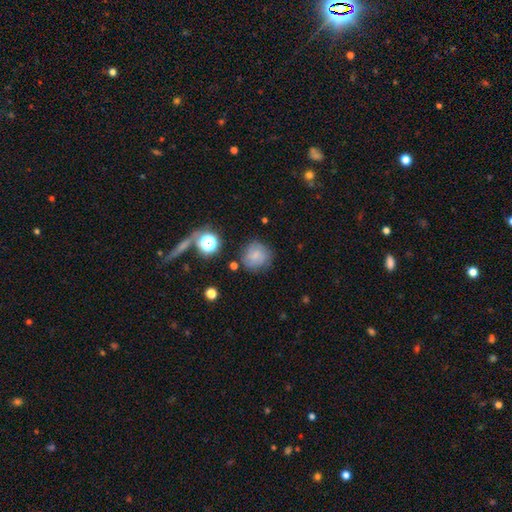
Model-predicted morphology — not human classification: This is likely a smooth galaxy (65%). How rounded: clearly round (86%). Merging: likely none (72%).